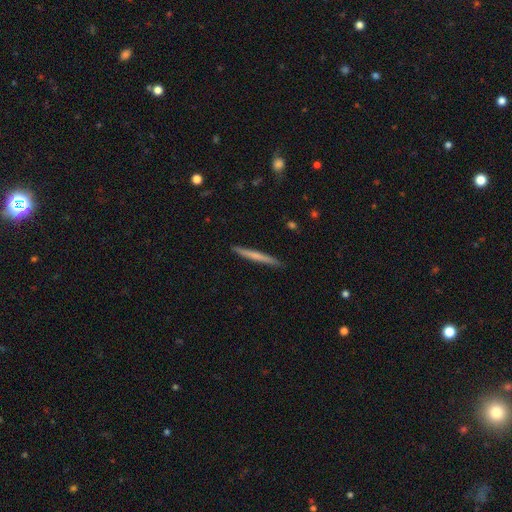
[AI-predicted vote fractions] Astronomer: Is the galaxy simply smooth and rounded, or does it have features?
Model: smooth — 55% (runner-up: featured or disk, 39%).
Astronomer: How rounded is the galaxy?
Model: cigar-shaped — 97%.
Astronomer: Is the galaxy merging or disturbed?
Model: none — 91%.